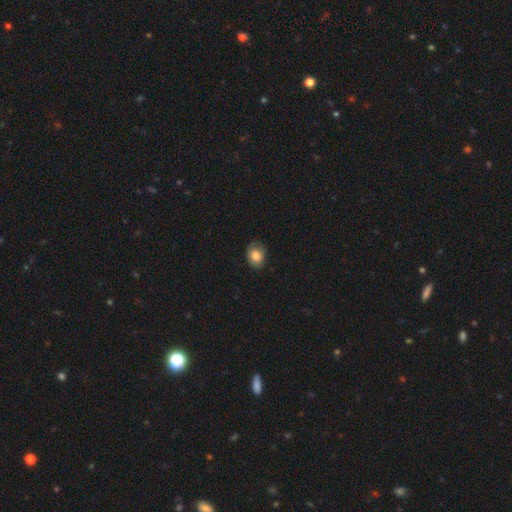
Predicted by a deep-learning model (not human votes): Smooth or featured? smooth (82%)
How rounded? in between (52%)
Merging? none (70%)